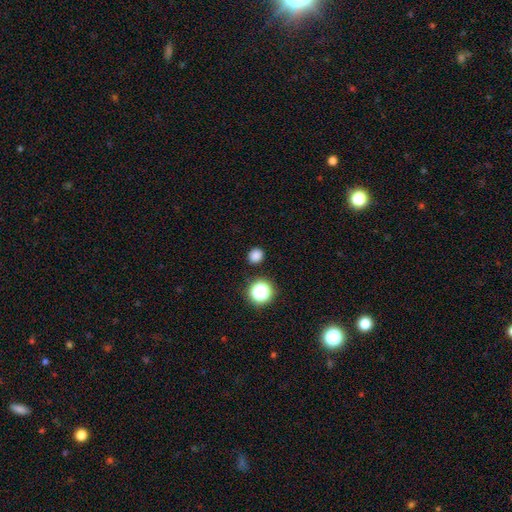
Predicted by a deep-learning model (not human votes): Smooth or featured? smooth (81%)
How rounded? round (84%)
Merging? none (89%)